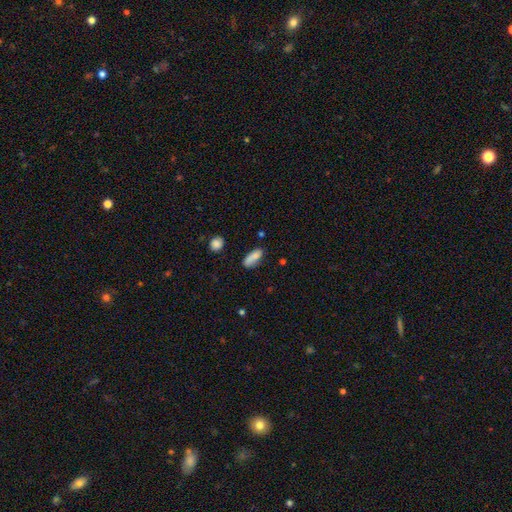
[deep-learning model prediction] Smooth or featured?
  - smooth: 69% *
  - star or artifact: 17%
  - featured or disk: 14%
How rounded?
  - in between: 61% *
  - cigar-shaped: 33%
  - round: 6%
Merging?
  - none: 76% *
  - minor disturbance: 15%
  - major disturbance: 5%
  - merger: 4%